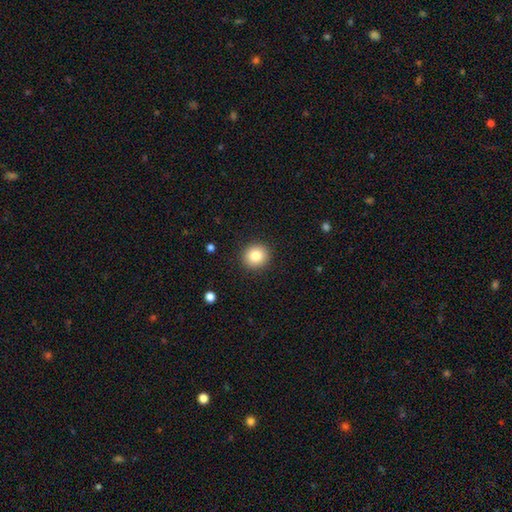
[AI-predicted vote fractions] A smooth galaxy with no disk features (82%) that is round (91%).

Vote fractions:
- Smooth or featured? smooth: 82% / star or artifact: 10% / featured or disk: 7%
- How rounded? round: 91% / in between: 8% / cigar-shaped: 1%
- Merging? none: 91% / minor disturbance: 6% / major disturbance: 2% / merger: 1%